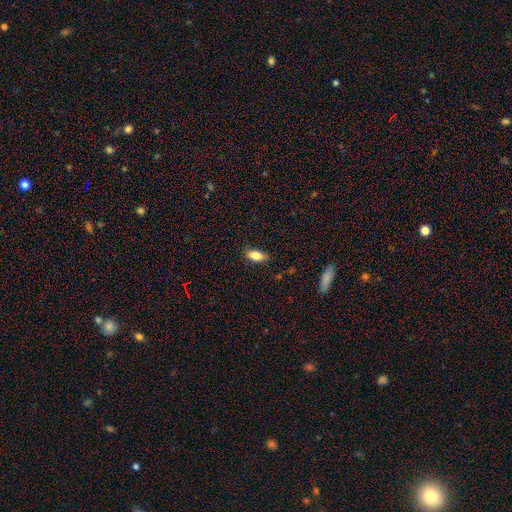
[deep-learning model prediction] Smooth or featured: smooth — 84% (featured or disk — 9%)
How rounded: in between — 88% (cigar-shaped — 9%)
Merging: none — 83% (minor disturbance — 14%)